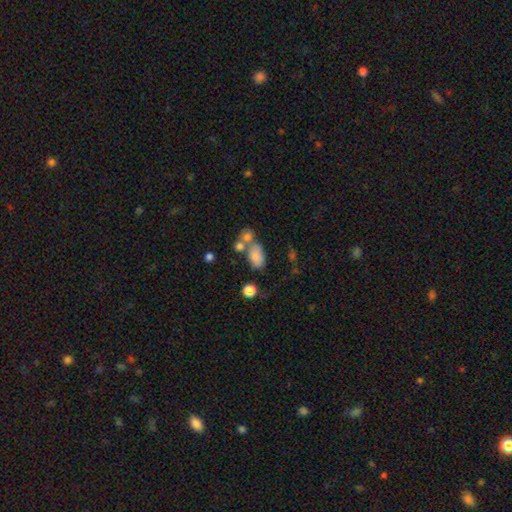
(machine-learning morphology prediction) A smooth galaxy with no disk features (77%) that is in between round and cigar-shaped (87%). Merging: merger (39%, tied with none).